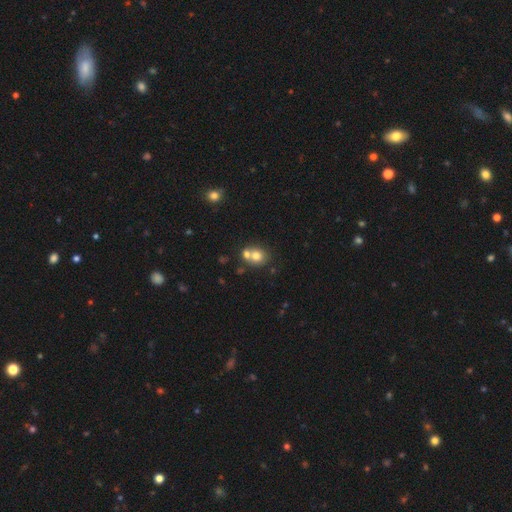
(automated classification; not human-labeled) The model was most divided on "merging": merger: 47%, none: 43%, minor disturbance: 8%, major disturbance: 3%. More confident: how rounded — round (75%); smooth or featured — smooth (72%).